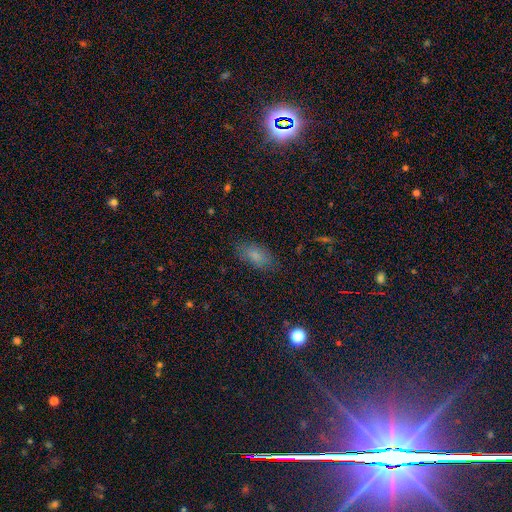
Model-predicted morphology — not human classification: Overall: smooth (79%). How rounded: in between (89%). Merging: none (83%).